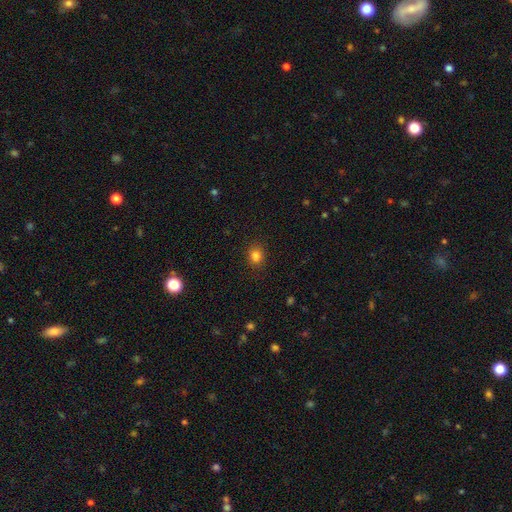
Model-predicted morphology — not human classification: This appears to be a smooth galaxy with no disk features (82%) that is round (70%). Merging: none (88%).